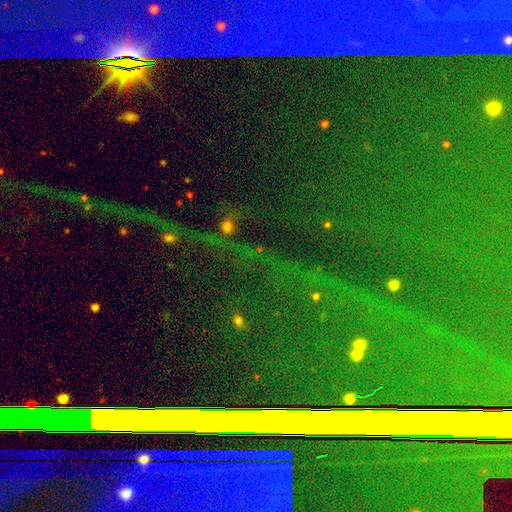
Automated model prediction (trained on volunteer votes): Smooth or featured? Predicted: star or artifact (p=0.83).